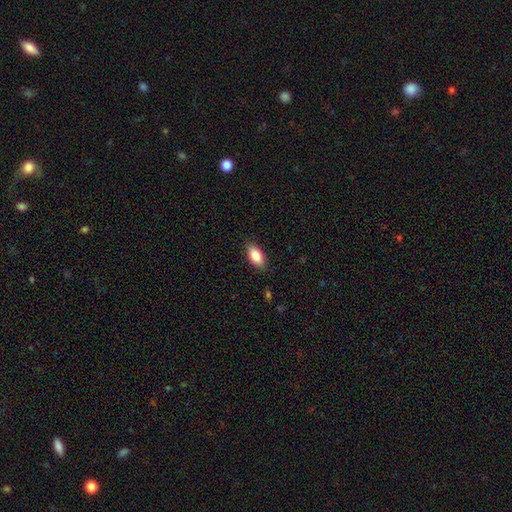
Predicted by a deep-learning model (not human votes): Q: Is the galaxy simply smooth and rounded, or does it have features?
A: smooth — 83%.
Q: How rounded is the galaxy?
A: in between — 91%.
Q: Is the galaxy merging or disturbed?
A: none — 87%.